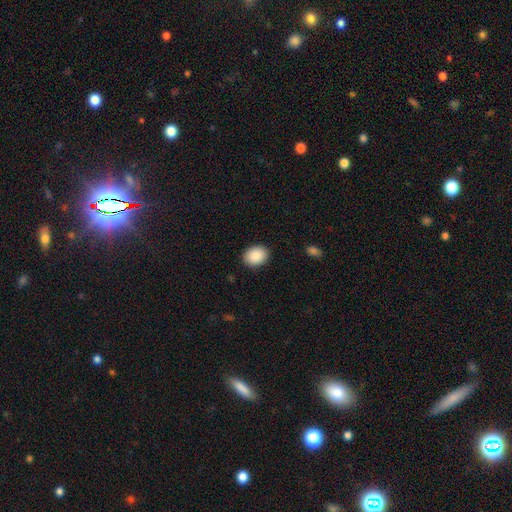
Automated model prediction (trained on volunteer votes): smooth_or_featured: smooth (p=0.90) [alt: star or artifact p=0.07]
how_rounded: in between (p=0.58) [alt: round p=0.41]
merging: none (p=0.90) [alt: minor disturbance p=0.07]